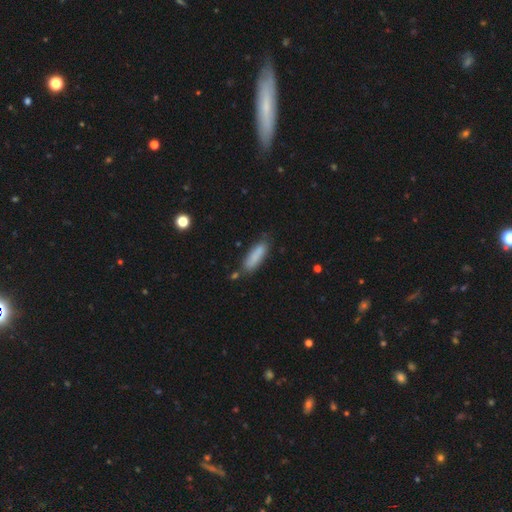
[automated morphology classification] smooth-or-featured: smooth: 84% | featured or disk: 10% | star or artifact: 7%
  how-rounded: cigar-shaped: 56% | in between: 42% | round: 2%
  merging: none: 72% | minor disturbance: 19% | merger: 5% | major disturbance: 4%